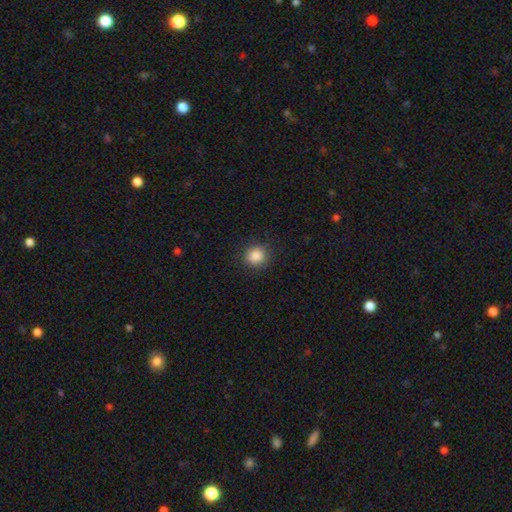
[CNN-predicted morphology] Smooth or featured? Predicted: smooth (p=0.87). How rounded? Predicted: round (p=0.89). Merging? Predicted: none (p=0.90).